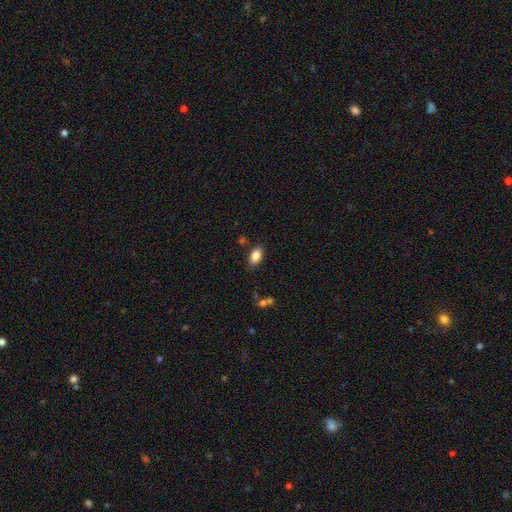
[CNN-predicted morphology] A smooth galaxy with no disk features (86%) that is in between round and cigar-shaped (91%).

Vote fractions:
- Smooth or featured? smooth: 86% / star or artifact: 8% / featured or disk: 6%
- How rounded? in between: 91% / round: 6% / cigar-shaped: 3%
- Merging? none: 83% / minor disturbance: 11% / merger: 3% / major disturbance: 3%